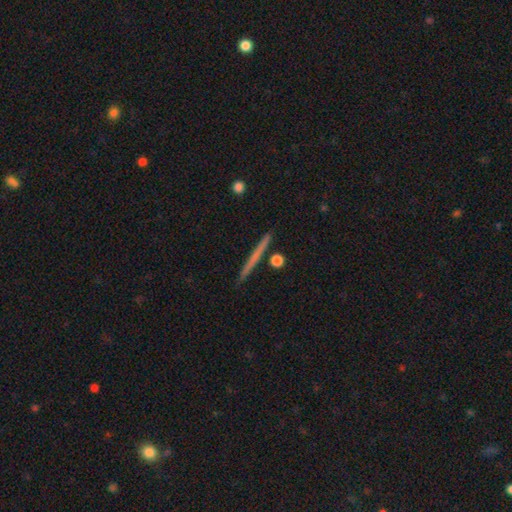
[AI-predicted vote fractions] This appears to be a smooth galaxy with no disk features (50%) that is cigar-shaped (95%). Merging: none (90%).